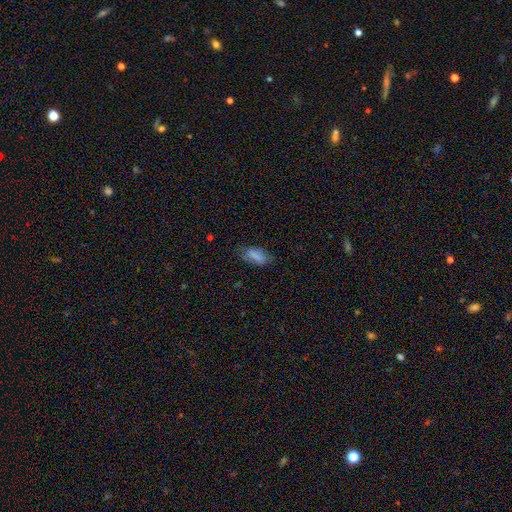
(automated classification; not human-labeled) Morphology: type=smooth (78%); roundness=in between (87%); merging=none (67%).